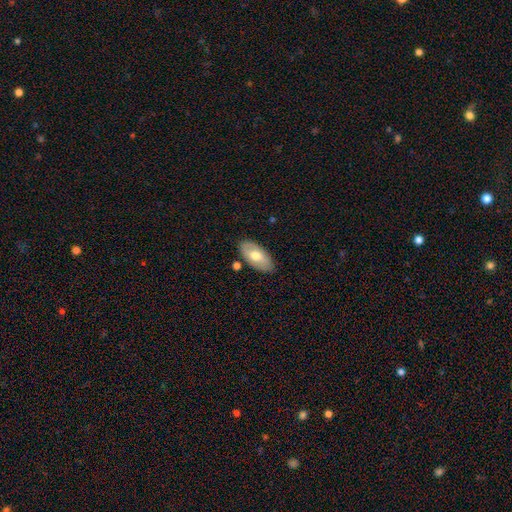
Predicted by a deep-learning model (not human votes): A smooth galaxy with no disk features (61%) that is in between round and cigar-shaped (94%). Merging: none (82%).